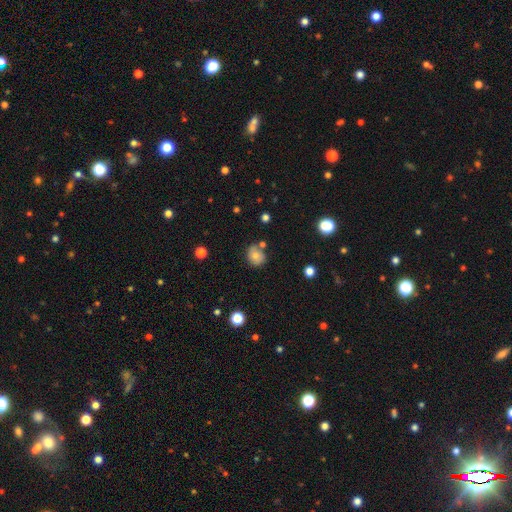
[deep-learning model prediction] Smooth or featured: smooth — 74% (featured or disk — 14%)
How rounded: round — 71% (in between — 28%)
Merging: none — 65% (minor disturbance — 18%)